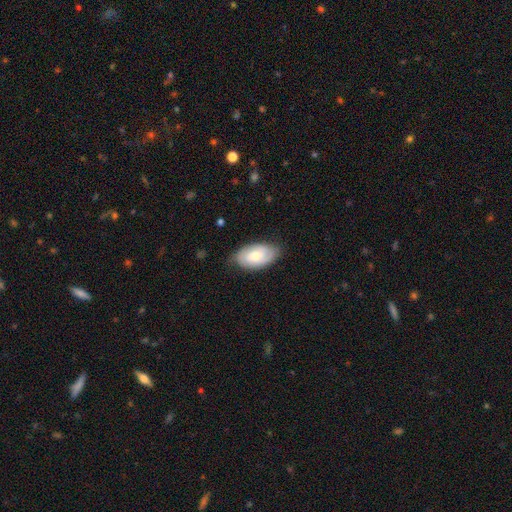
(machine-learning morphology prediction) Smooth or featured: smooth — 53% (featured or disk — 41%)
How rounded: in between — 94% (round — 4%)
Merging: none — 74% (minor disturbance — 21%)